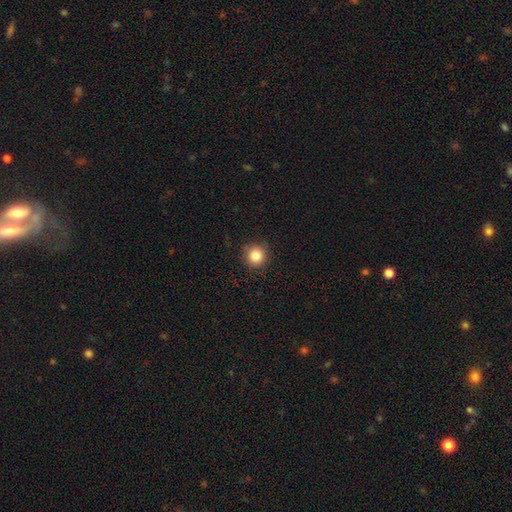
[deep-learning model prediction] Smooth or featured?
  - smooth: 83% *
  - star or artifact: 11%
  - featured or disk: 5%
How rounded?
  - round: 93% *
  - in between: 6%
  - cigar-shaped: 1%
Merging?
  - none: 89% *
  - minor disturbance: 8%
  - major disturbance: 2%
  - merger: 1%